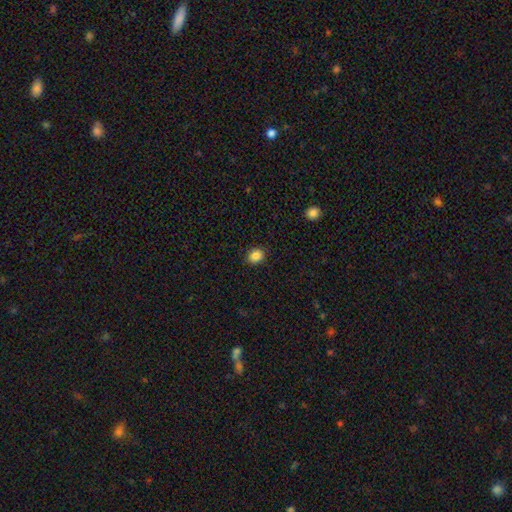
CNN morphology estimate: This appears to be a smooth galaxy with no disk features (86%) that is round (60%). Merging: none (89%).